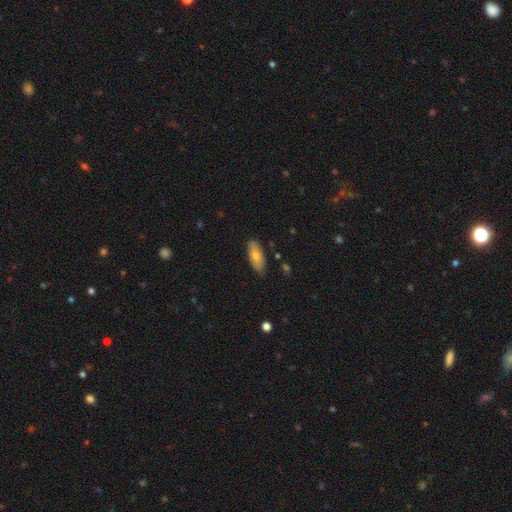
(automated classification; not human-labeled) Smooth or featured? Predicted: smooth (p=0.67). How rounded? Predicted: in between (p=0.83). Merging? Predicted: none (p=0.85).